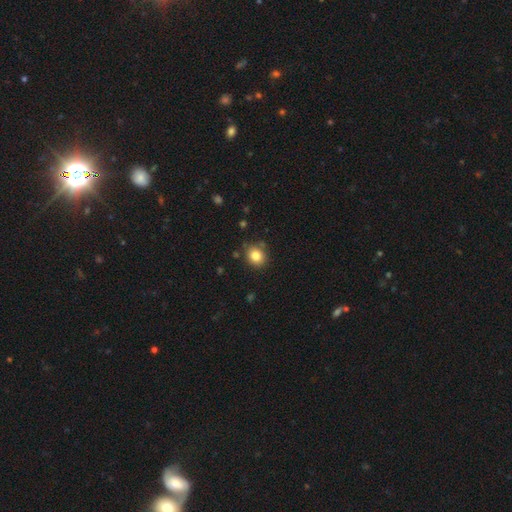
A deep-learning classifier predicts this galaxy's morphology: smooth_or_featured: smooth (p=0.83) [alt: star or artifact p=0.11]
how_rounded: round (p=0.71) [alt: in between p=0.28]
merging: none (p=0.83) [alt: minor disturbance p=0.11]